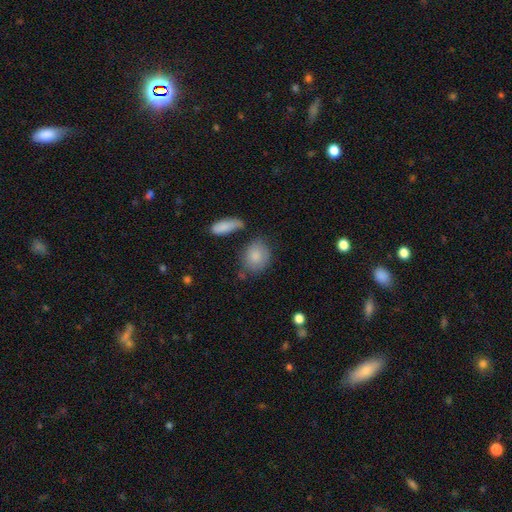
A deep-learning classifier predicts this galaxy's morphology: type=smooth (84%); roundness=round (54%); merging=none (64%).